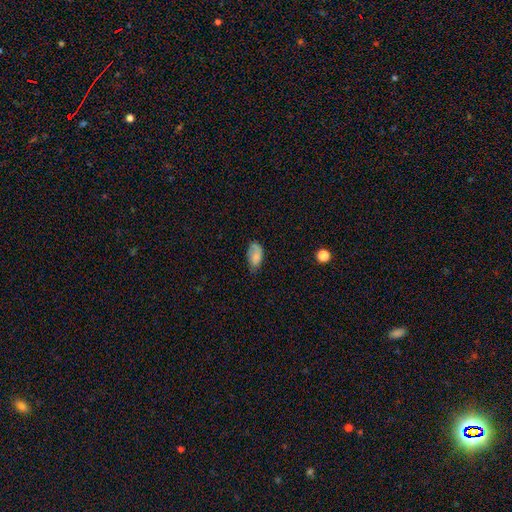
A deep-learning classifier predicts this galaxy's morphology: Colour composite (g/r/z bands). It shows a smooth galaxy with no disk features (76%) that is in between round and cigar-shaped (93%). Merging: none (57%).